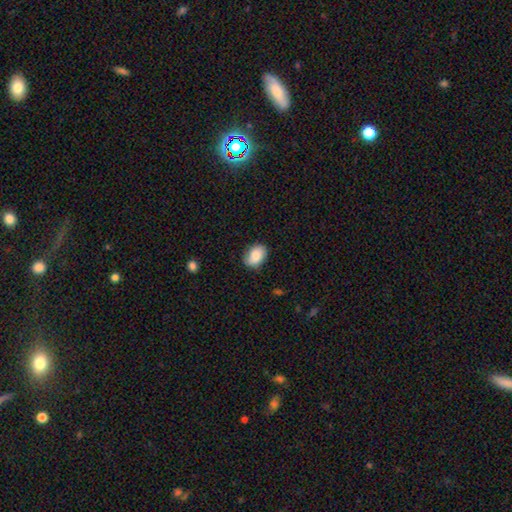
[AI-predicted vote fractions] smooth-or-featured: smooth: 83% | featured or disk: 10% | star or artifact: 7%
  how-rounded: in between: 78% | round: 21% | cigar-shaped: 1%
  merging: none: 78% | minor disturbance: 18% | major disturbance: 3% | merger: 1%